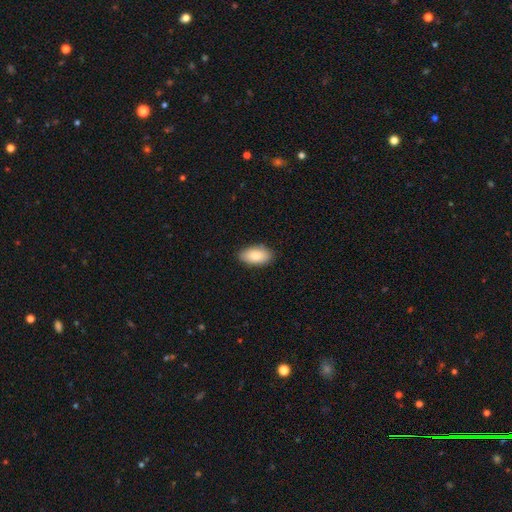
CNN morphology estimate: Q: Smooth or featured?
A: smooth (85%); runner-up: featured or disk (9%)
Q: How rounded?
A: in between (94%); runner-up: cigar-shaped (3%)
Q: Merging?
A: none (88%); runner-up: minor disturbance (9%)